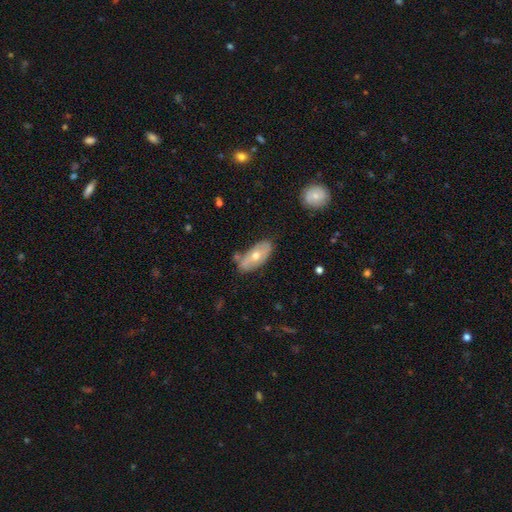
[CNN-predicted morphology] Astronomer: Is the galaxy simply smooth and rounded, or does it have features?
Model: smooth — 48% (runner-up: featured or disk, 45%).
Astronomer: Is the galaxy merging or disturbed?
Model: none — 69%.